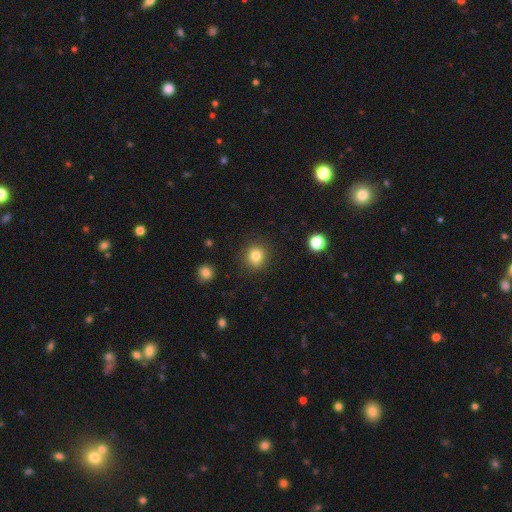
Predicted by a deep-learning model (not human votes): A smooth galaxy with no disk features (82%) that is round (89%).

Vote fractions:
- Smooth or featured? smooth: 82% / star or artifact: 12% / featured or disk: 6%
- How rounded? round: 89% / in between: 10% / cigar-shaped: 1%
- Merging? none: 89% / minor disturbance: 7% / major disturbance: 2% / merger: 1%